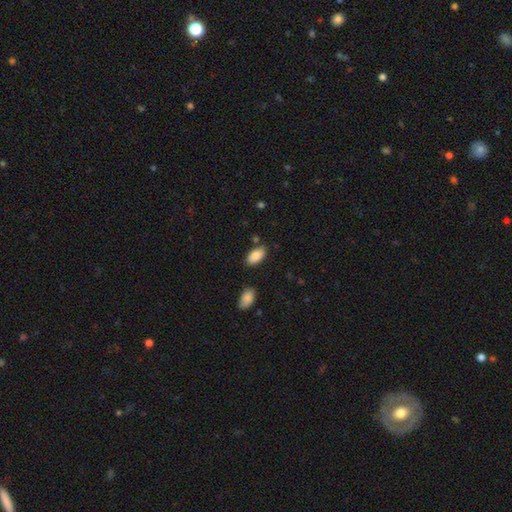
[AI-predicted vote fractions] Smooth or featured?
  - smooth: 87% *
  - star or artifact: 7%
  - featured or disk: 6%
How rounded?
  - in between: 94% *
  - cigar-shaped: 4%
  - round: 3%
Merging?
  - none: 79% *
  - minor disturbance: 14%
  - merger: 4%
  - major disturbance: 3%